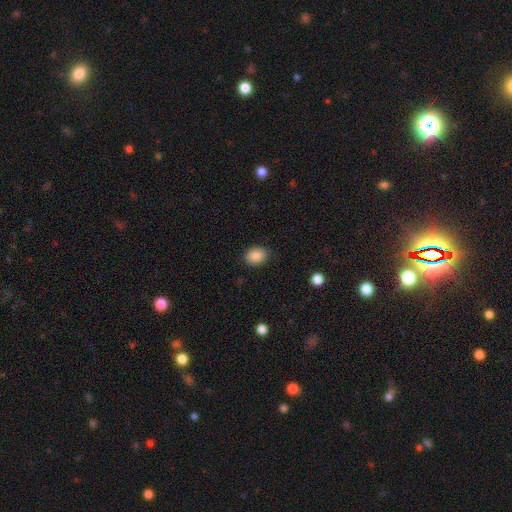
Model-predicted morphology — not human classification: This appears to be a smooth galaxy with no disk features (88%) that is in between round and cigar-shaped (61%). Merging: none (87%).